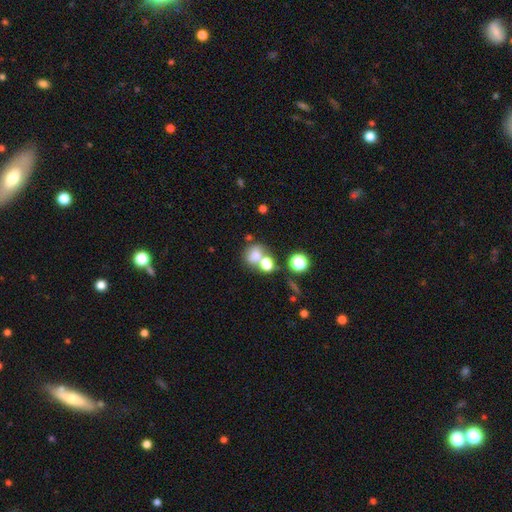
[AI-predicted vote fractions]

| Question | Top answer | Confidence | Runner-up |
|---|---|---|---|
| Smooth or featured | smooth | 71% | star or artifact (16%) |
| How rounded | round | 64% | in between (35%) |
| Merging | merger | 43% | none (40%) |